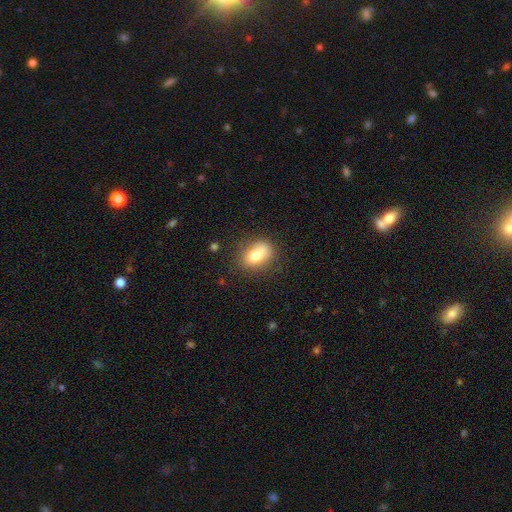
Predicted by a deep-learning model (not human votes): smooth-or-featured: smooth: 74% | featured or disk: 17% | star or artifact: 10%
  how-rounded: in between: 69% | round: 29% | cigar-shaped: 2%
  merging: none: 69% | minor disturbance: 19% | merger: 7% | major disturbance: 6%